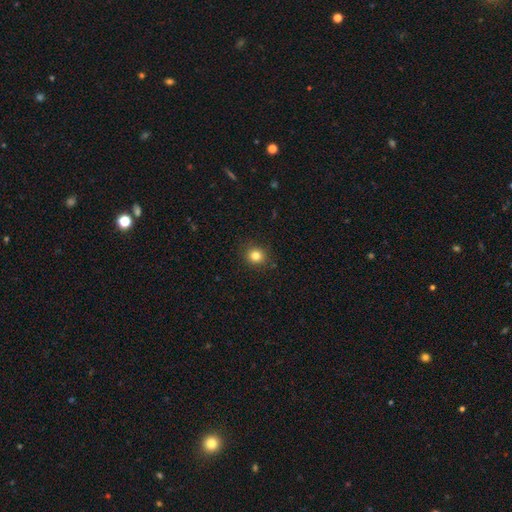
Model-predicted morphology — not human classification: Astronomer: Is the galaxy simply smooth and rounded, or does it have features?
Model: smooth — 82%.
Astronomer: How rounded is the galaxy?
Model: round — 84%.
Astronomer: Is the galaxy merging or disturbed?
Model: none — 89%.